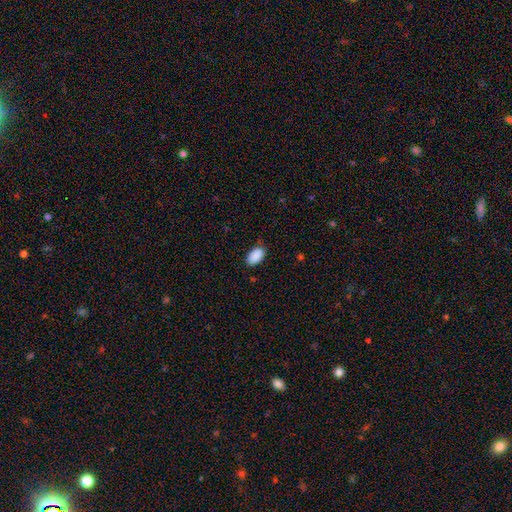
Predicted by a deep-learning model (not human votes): The model was most divided on "merging": none: 78%, minor disturbance: 18%, major disturbance: 3%, merger: 1%. More confident: how rounded — in between (93%); smooth or featured — smooth (90%).